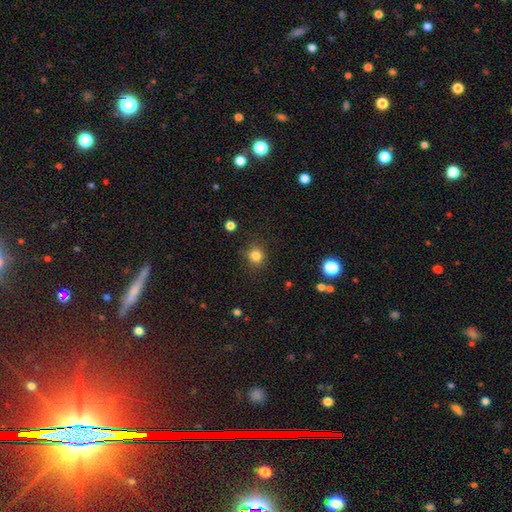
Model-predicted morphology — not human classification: The model was most divided on "smooth or featured": smooth: 83%, star or artifact: 12%, featured or disk: 5%. More confident: how rounded — round (87%); merging — none (86%).